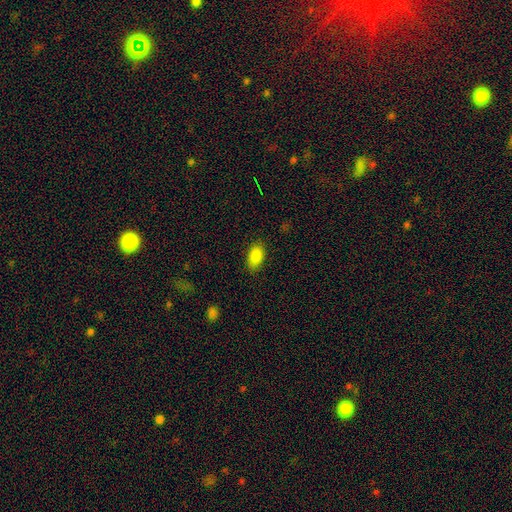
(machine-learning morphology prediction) Smooth or featured?
  - smooth: 87% *
  - star or artifact: 8%
  - featured or disk: 5%
How rounded?
  - in between: 92% *
  - round: 5%
  - cigar-shaped: 3%
Merging?
  - none: 86% *
  - minor disturbance: 11%
  - major disturbance: 3%
  - merger: 1%